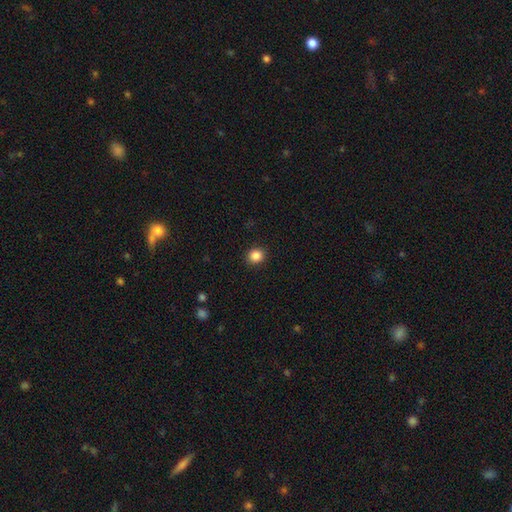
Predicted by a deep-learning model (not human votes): Q: Smooth or featured?
A: smooth (87%); runner-up: star or artifact (10%)
Q: How rounded?
A: round (80%); runner-up: in between (19%)
Q: Merging?
A: none (91%); runner-up: minor disturbance (6%)